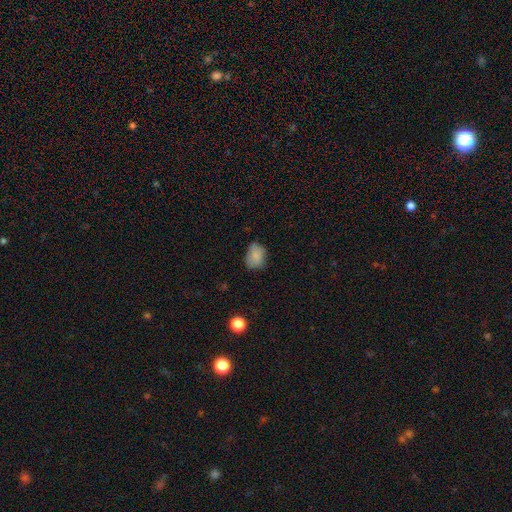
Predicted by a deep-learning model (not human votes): Q: Smooth or featured?
A: smooth (81%); runner-up: star or artifact (10%)
Q: How rounded?
A: in between (64%); runner-up: round (35%)
Q: Merging?
A: none (60%); runner-up: minor disturbance (30%)